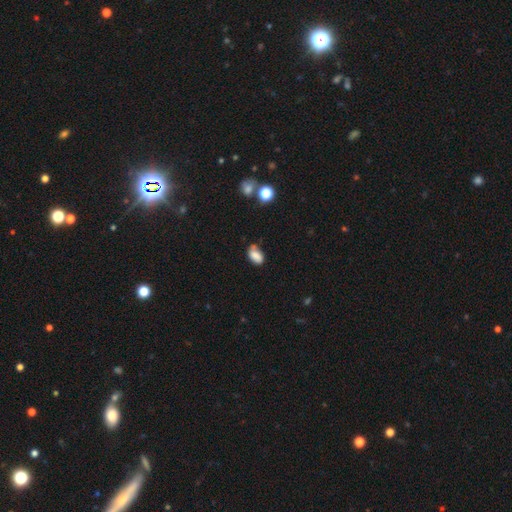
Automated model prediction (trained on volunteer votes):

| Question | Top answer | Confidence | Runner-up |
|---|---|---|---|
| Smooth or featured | smooth | 76% | featured or disk (13%) |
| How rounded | in between | 88% | round (10%) |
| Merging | none | 53% | minor disturbance (30%) |